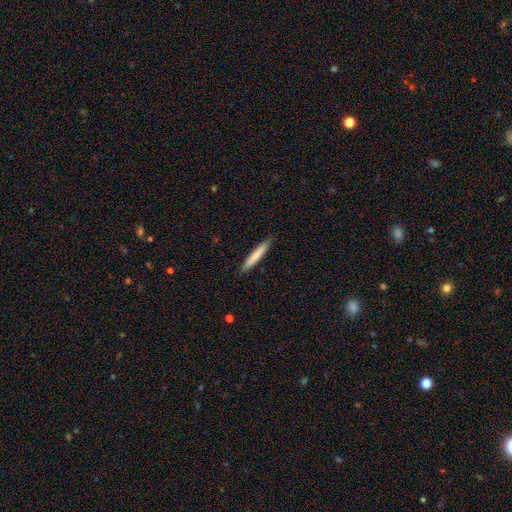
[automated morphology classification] This appears to be a smooth galaxy with no disk features (78%) that is cigar-shaped (95%). Merging: none (90%).